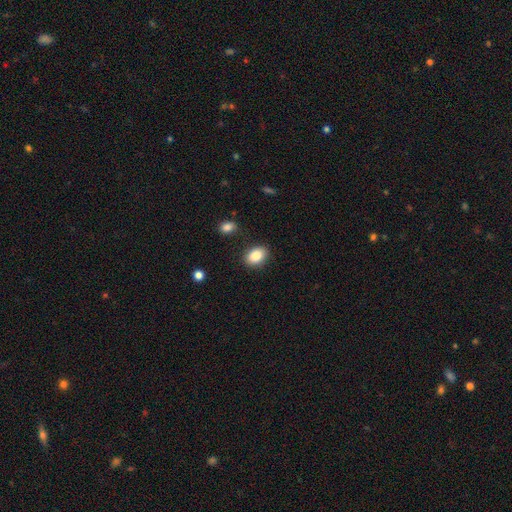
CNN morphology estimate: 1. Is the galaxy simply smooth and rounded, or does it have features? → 87% smooth, 8% star or artifact, 6% featured or disk.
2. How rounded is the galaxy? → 81% in between, 18% round, 1% cigar-shaped.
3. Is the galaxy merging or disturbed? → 86% none, 10% minor disturbance, 3% major disturbance, 2% merger.